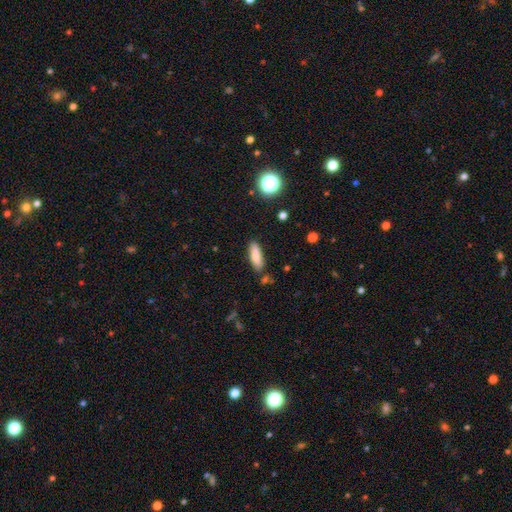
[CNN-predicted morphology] A smooth galaxy with no disk features (84%) that is in between round and cigar-shaped (54%). Merging: none (82%).